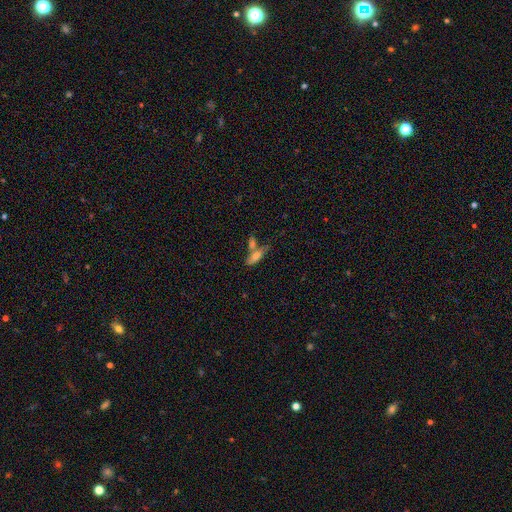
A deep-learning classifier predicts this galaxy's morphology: type=smooth (65%); roundness=in between (56%); merging=none (41%).